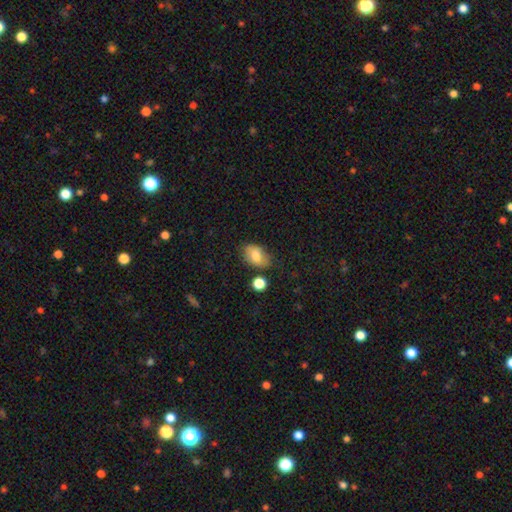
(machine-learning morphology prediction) Smooth or featured? Predicted: smooth (p=0.77). How rounded? Predicted: in between (p=0.86). Merging? Predicted: none (p=0.68).